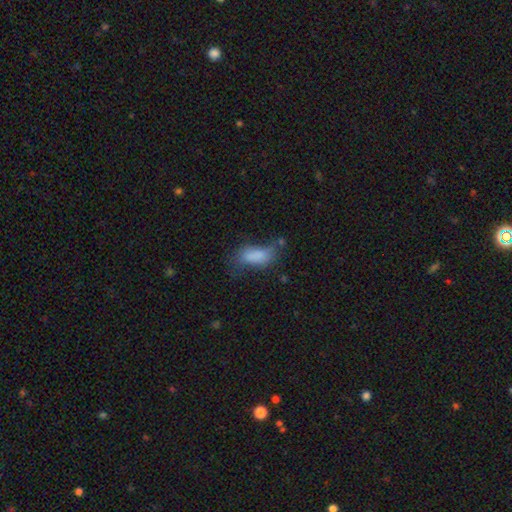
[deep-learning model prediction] Morphology: type=smooth (76%); roundness=in between (84%); merging=none (35%).